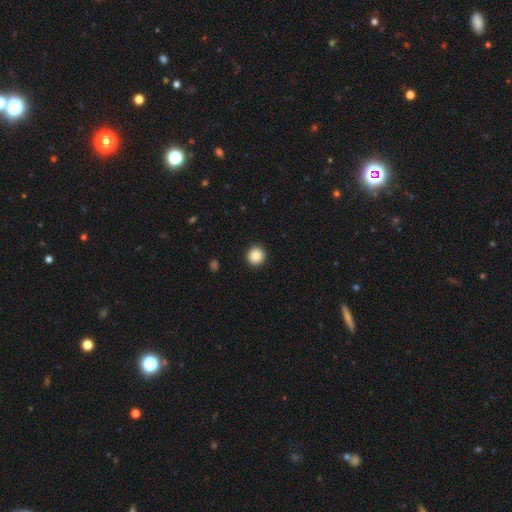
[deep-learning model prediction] A smooth galaxy with no disk features (88%) that is round (95%).

Vote fractions:
- Smooth or featured? smooth: 88% / star or artifact: 9% / featured or disk: 3%
- How rounded? round: 95% / in between: 4% / cigar-shaped: 1%
- Merging? none: 93% / minor disturbance: 5% / major disturbance: 2% / merger: 1%